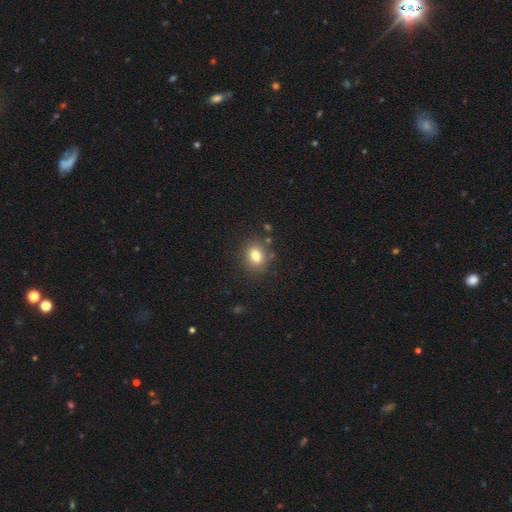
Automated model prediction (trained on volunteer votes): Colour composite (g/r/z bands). It shows a smooth galaxy with no disk features (79%) that is round (58%). Merging: none (83%).